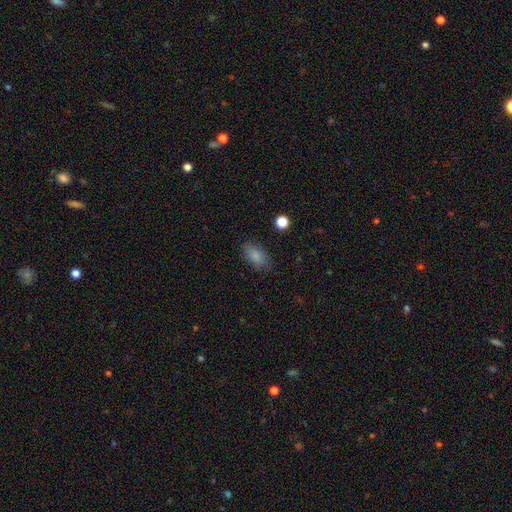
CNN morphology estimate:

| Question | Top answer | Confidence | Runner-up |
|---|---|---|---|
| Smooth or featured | smooth | 84% | star or artifact (9%) |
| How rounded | in between | 90% | round (7%) |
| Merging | none | 82% | minor disturbance (13%) |